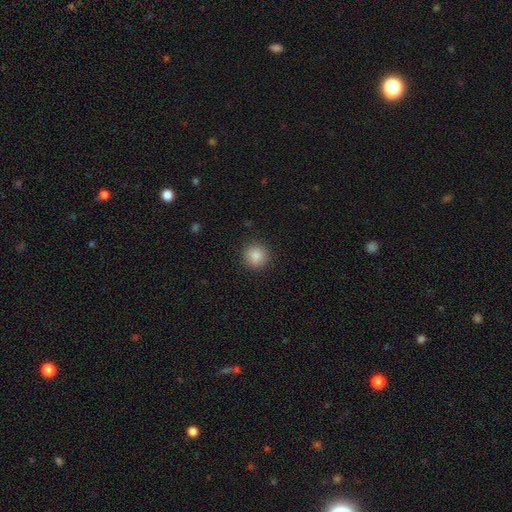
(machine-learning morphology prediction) Overall: smooth (86%). How rounded: round (93%). Merging: none (91%).